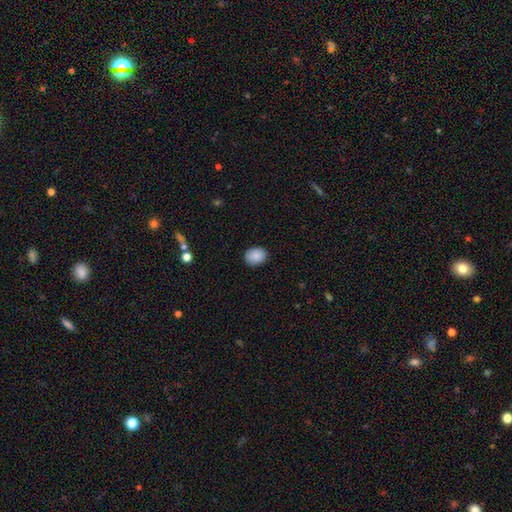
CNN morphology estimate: Smooth or featured?
  - smooth: 88% *
  - star or artifact: 8%
  - featured or disk: 4%
How rounded?
  - in between: 57% *
  - round: 42%
  - cigar-shaped: 1%
Merging?
  - none: 87% *
  - minor disturbance: 10%
  - major disturbance: 2%
  - merger: 1%